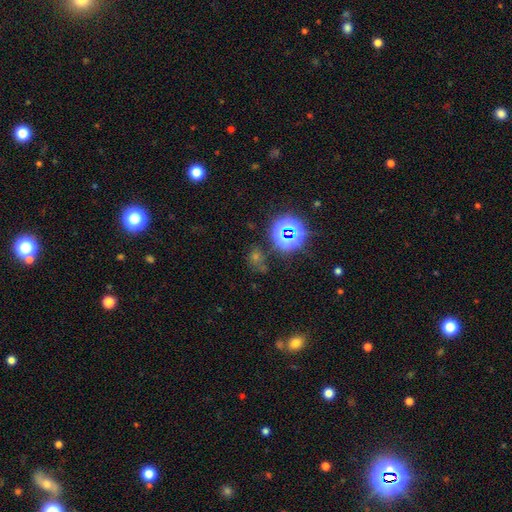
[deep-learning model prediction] This appears to be a star or artifact, not a galaxy (56%).